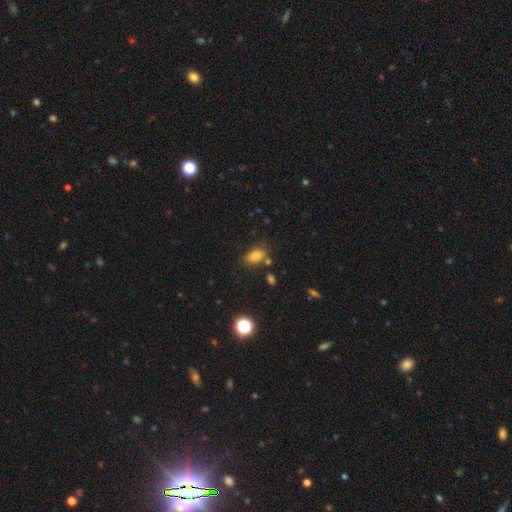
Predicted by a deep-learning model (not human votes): Smooth or featured: smooth — 81% (star or artifact — 12%)
How rounded: in between — 85% (round — 12%)
Merging: none — 72% (minor disturbance — 15%)